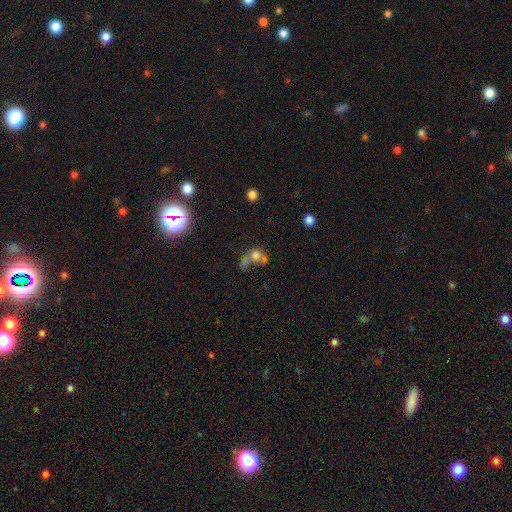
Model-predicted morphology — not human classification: This appears to be a smooth galaxy with no disk features (65%) that is round (67%). Merging: merger (47%).